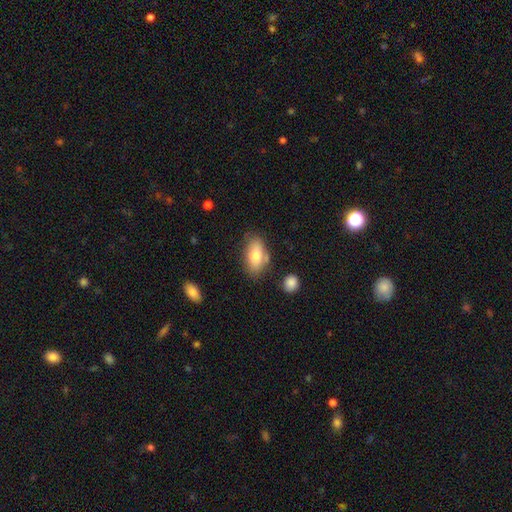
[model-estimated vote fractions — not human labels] A smooth galaxy with no disk features (76%) that is in between round and cigar-shaped (91%).

Vote fractions:
- Smooth or featured? smooth: 76% / featured or disk: 17% / star or artifact: 7%
- How rounded? in between: 91% / round: 6% / cigar-shaped: 4%
- Merging? none: 71% / minor disturbance: 17% / merger: 7% / major disturbance: 4%